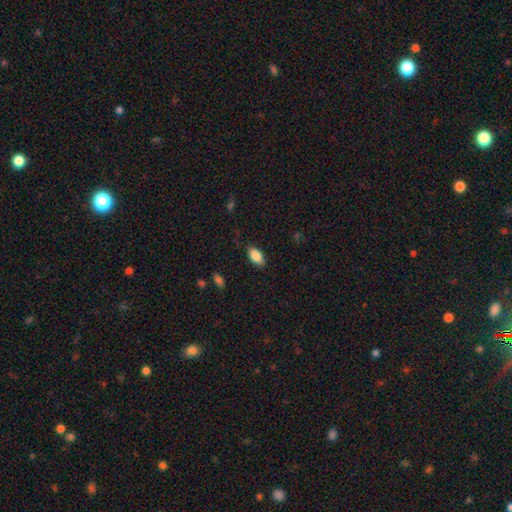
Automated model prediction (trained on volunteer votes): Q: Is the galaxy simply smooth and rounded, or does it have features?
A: smooth — 84%.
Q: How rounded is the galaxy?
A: in between — 91%.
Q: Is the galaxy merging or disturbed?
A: none — 83%.